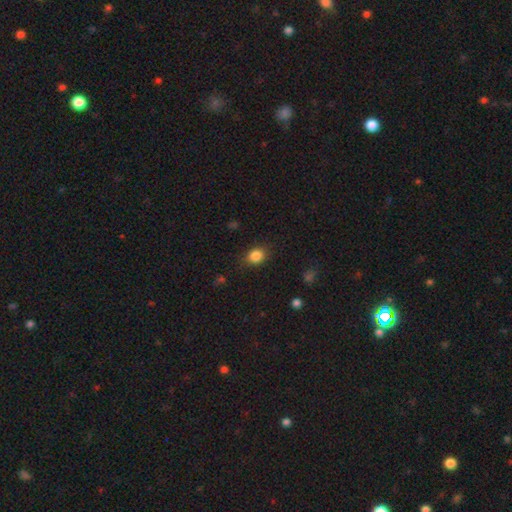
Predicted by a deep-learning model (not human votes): smooth 85%, star or artifact 10%, featured or disk 4%. Down the decision tree: how rounded — in between (51%); merging — none (82%).